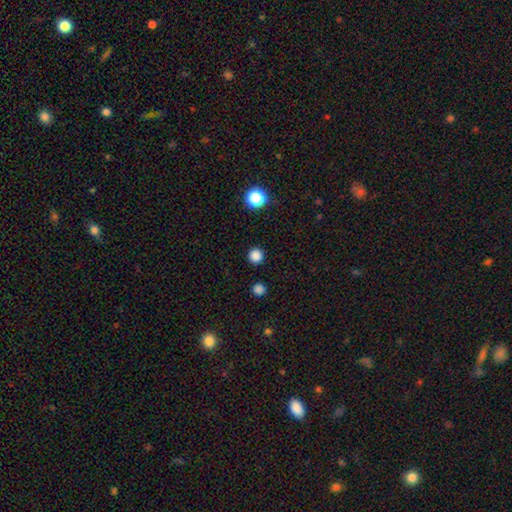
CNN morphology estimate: Q: Smooth or featured?
A: smooth (84%); runner-up: star or artifact (13%)
Q: How rounded?
A: round (96%); runner-up: in between (3%)
Q: Merging?
A: none (92%); runner-up: minor disturbance (5%)